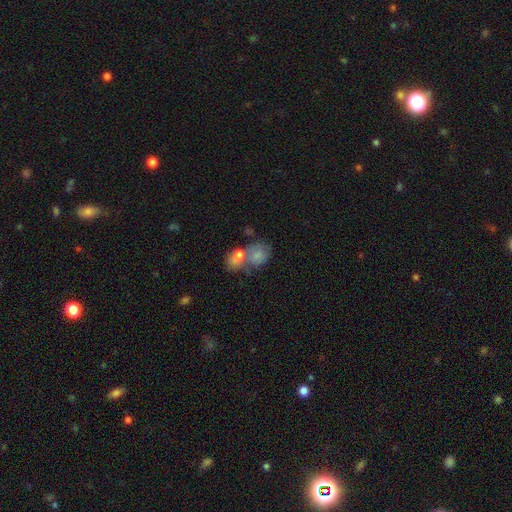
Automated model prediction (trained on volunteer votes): smooth-or-featured: smooth: 65% | featured or disk: 24% | star or artifact: 11%
  how-rounded: in between: 57% | round: 41% | cigar-shaped: 2%
  merging: merger: 57% | none: 26% | minor disturbance: 11% | major disturbance: 6%